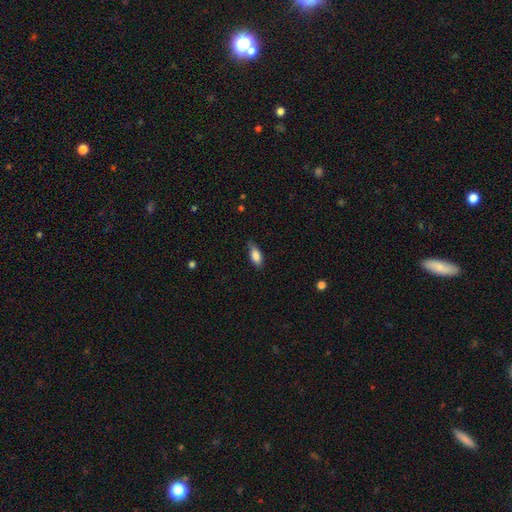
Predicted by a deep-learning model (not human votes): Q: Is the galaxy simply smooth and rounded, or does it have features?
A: smooth — 85%.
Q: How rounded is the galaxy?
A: in between — 82%.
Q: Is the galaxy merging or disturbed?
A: none — 73%.